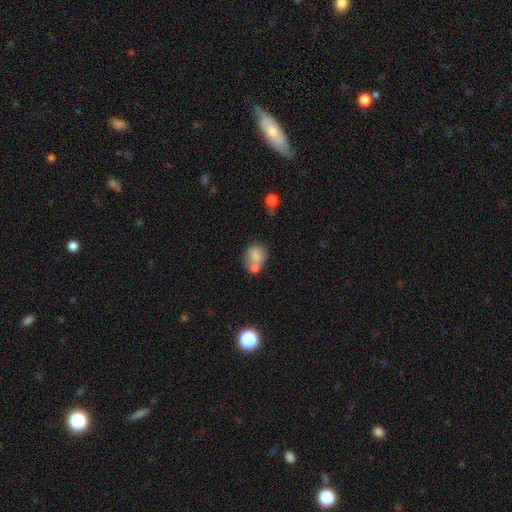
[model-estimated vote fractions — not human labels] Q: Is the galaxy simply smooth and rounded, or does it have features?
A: smooth — 78%.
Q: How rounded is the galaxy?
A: round — 51%.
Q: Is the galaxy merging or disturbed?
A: none — 44%.